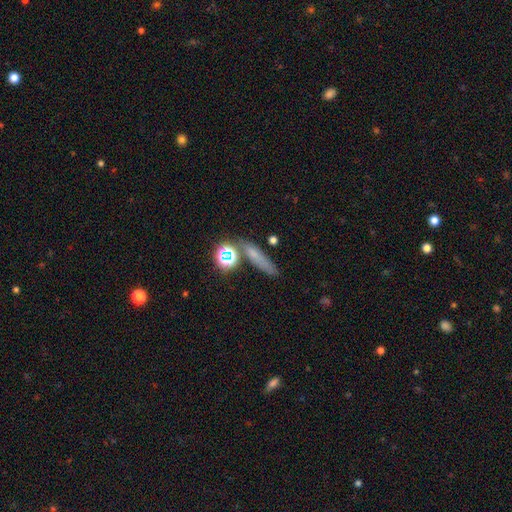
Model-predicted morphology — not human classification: Overall: smooth (60%; star or artifact 24%). How rounded: cigar-shaped (65%). Merging: none (72%).